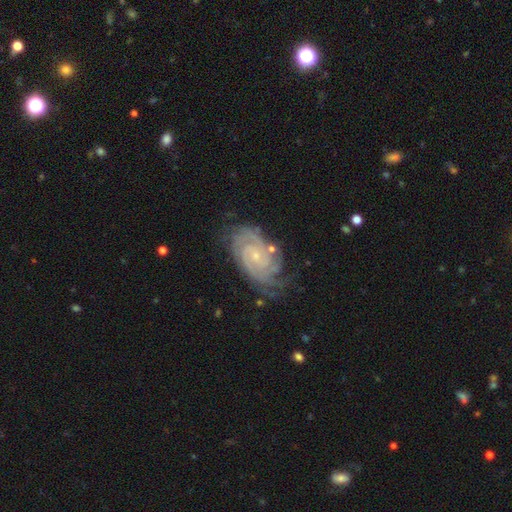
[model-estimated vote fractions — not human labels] Morphology: type=featured or disk (89%); edge-on=no (97%); bar=no (62%); spiral arms=yes (98%); winding=tight (78%); arm count=2 (39%); bulge=small (80%); merging=none (71%).